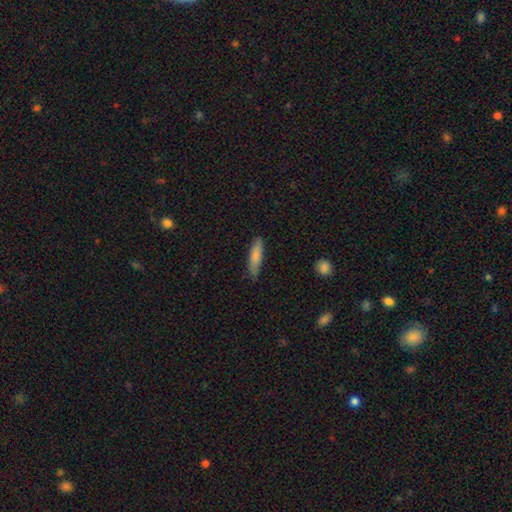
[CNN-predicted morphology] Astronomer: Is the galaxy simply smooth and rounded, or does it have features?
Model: smooth — 82%.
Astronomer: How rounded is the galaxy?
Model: cigar-shaped — 73%.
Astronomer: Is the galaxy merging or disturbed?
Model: none — 79%.